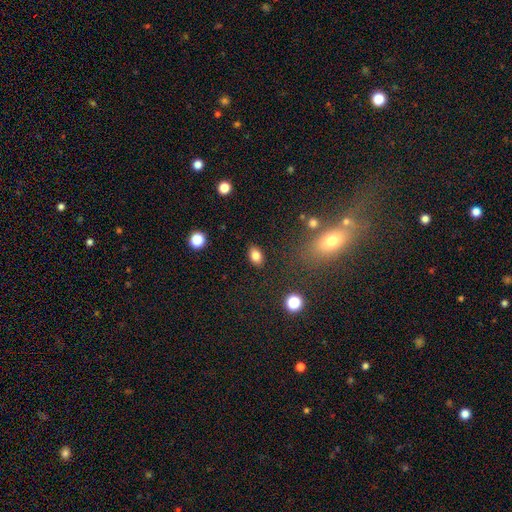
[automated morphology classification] Smooth or featured: smooth — 83% (star or artifact — 10%)
How rounded: in between — 83% (round — 15%)
Merging: none — 87% (minor disturbance — 9%)